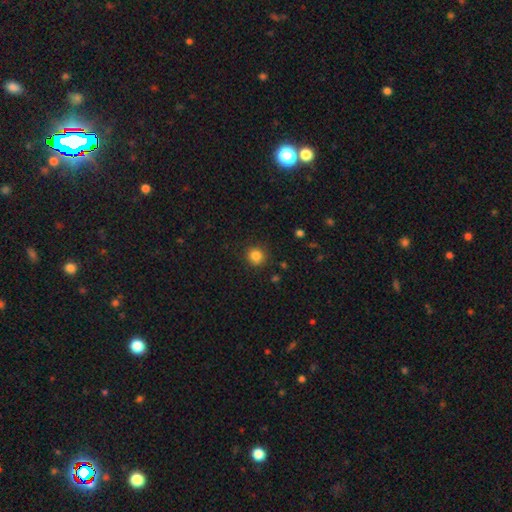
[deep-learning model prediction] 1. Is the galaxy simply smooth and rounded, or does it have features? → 84% smooth, 11% star or artifact, 5% featured or disk.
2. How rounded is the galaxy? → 92% round, 7% in between, 1% cigar-shaped.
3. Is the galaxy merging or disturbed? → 88% none, 8% minor disturbance, 2% major disturbance, 1% merger.